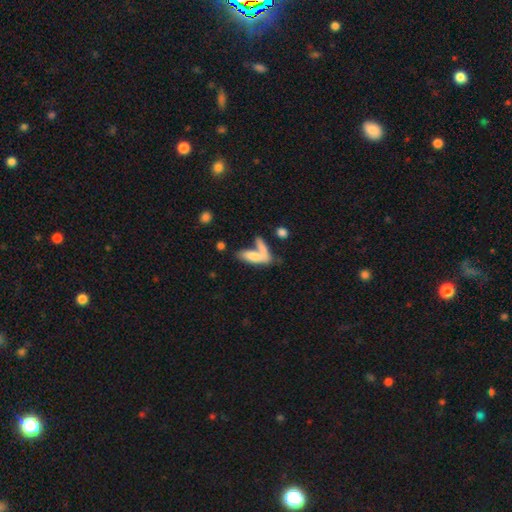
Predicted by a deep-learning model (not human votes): smooth 71%, featured or disk 22%, star or artifact 8%. Down the decision tree: how rounded — in between (50%); merging — merger (46%).